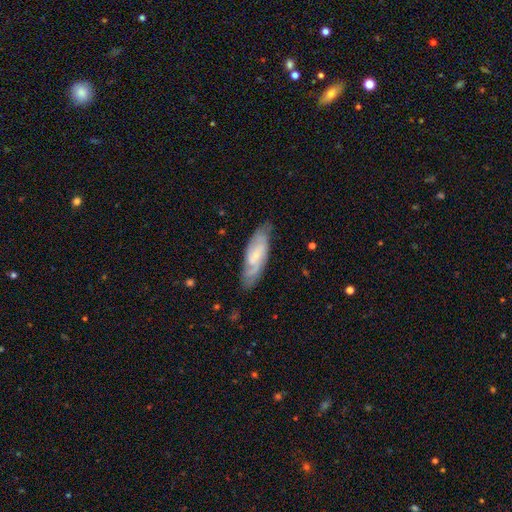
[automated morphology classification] featured or disk 71%, smooth 23%, star or artifact 6%. Down the decision tree: edge-on disk — no (86%); bar — no (47%); spiral arms — yes (91%); spiral arm count — 2 (60%); spiral winding — medium (45%); bulge size — small (71%); merging — none (75%).